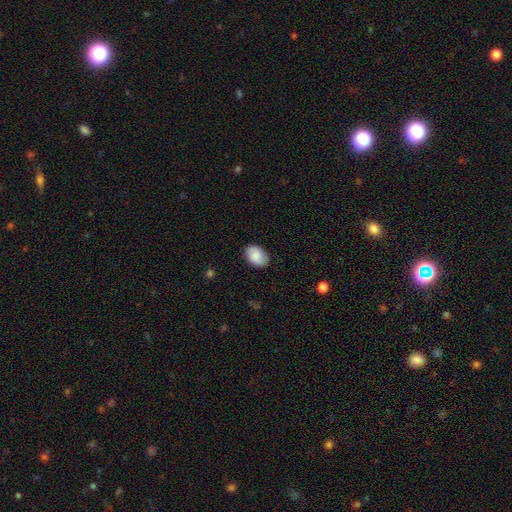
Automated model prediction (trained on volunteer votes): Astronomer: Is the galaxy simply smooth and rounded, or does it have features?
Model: smooth — 83%.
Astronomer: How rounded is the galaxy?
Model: in between — 84%.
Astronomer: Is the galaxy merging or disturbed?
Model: none — 85%.